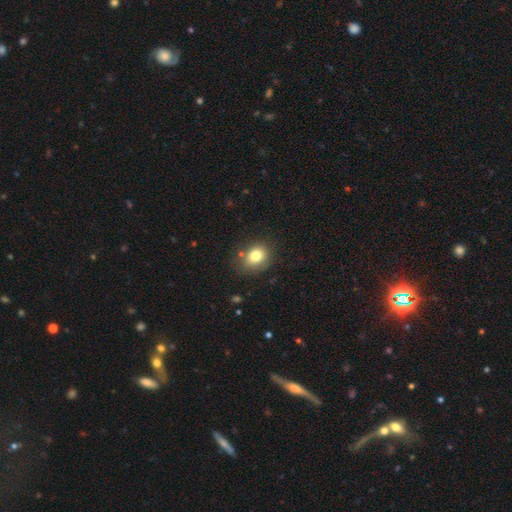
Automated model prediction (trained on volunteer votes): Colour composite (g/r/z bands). It shows a smooth galaxy with no disk features (80%) that is round (53%). Merging: none (76%).